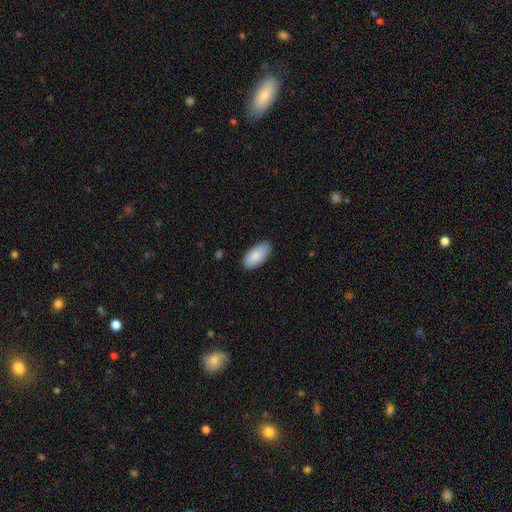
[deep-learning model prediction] Smooth or featured: smooth — 88% (featured or disk — 6%)
How rounded: in between — 95% (cigar-shaped — 3%)
Merging: none — 85% (minor disturbance — 12%)